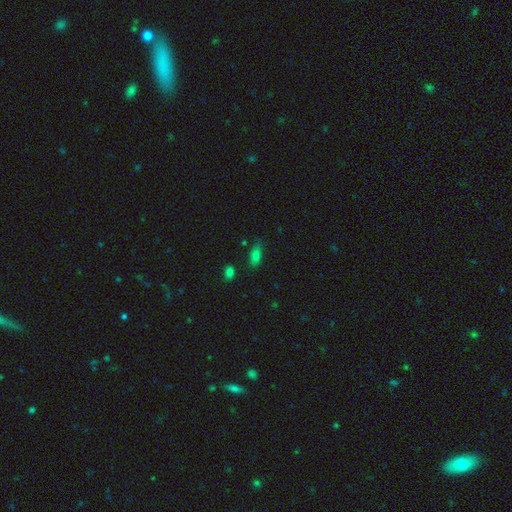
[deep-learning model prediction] Morphology: type=smooth (75%); roundness=in between (76%); merging=none (75%).